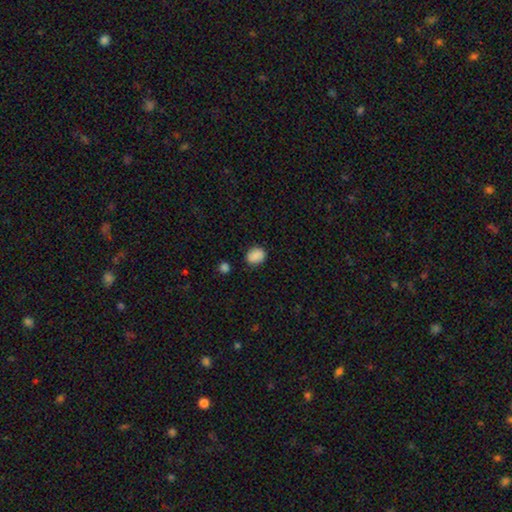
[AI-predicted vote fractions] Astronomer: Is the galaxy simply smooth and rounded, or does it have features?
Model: smooth — 88%.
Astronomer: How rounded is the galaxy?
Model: in between — 58% (runner-up: round, 41%).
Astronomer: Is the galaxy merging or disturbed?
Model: none — 82%.